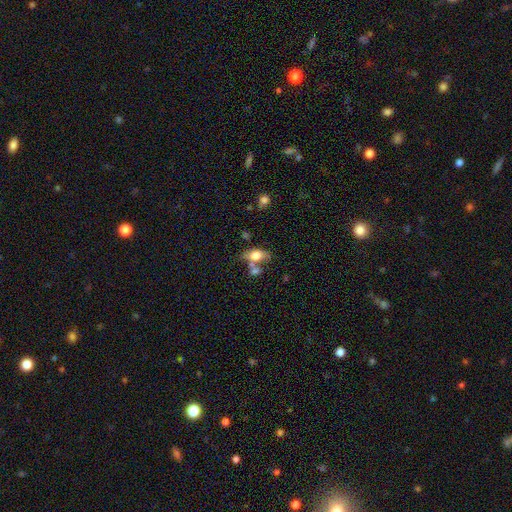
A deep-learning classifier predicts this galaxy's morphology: smooth-or-featured: smooth: 68% | featured or disk: 23% | star or artifact: 9%
  how-rounded: in between: 82% | round: 13% | cigar-shaped: 5%
  merging: none: 46% | merger: 29% | minor disturbance: 17% | major disturbance: 8%